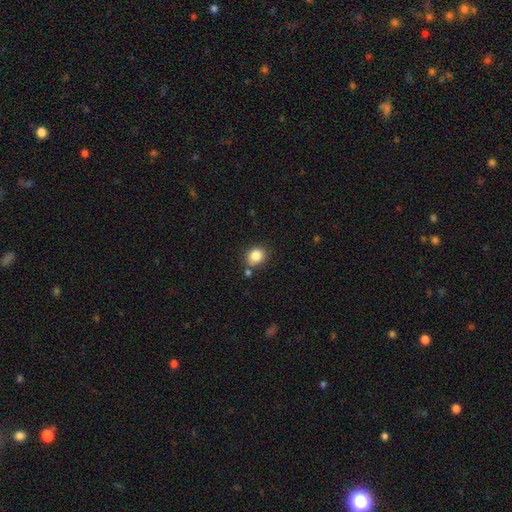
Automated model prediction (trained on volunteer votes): A smooth galaxy with no disk features (84%) that is round (71%). Merging: none (76%).